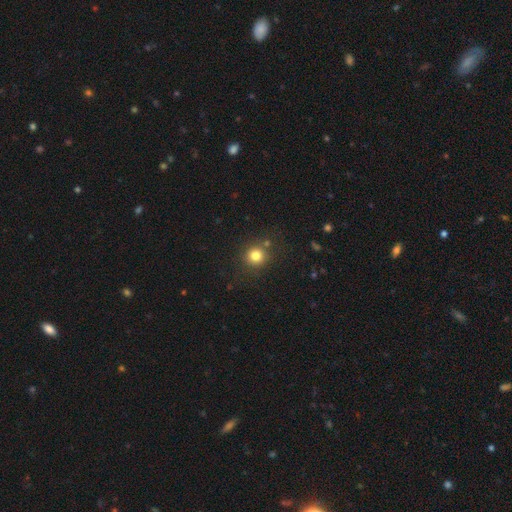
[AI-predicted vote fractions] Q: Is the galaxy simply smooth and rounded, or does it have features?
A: smooth — 80%.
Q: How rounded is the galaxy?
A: round — 89%.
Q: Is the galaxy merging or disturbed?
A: none — 80%.